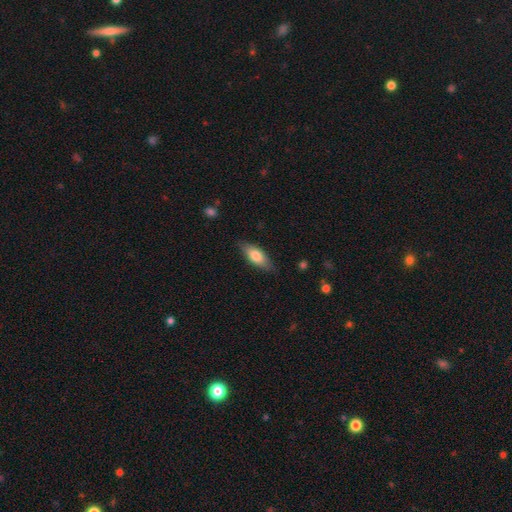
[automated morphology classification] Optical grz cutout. It shows a smooth galaxy with no disk features (74%) that is in between round and cigar-shaped (78%). Merging: none (81%).